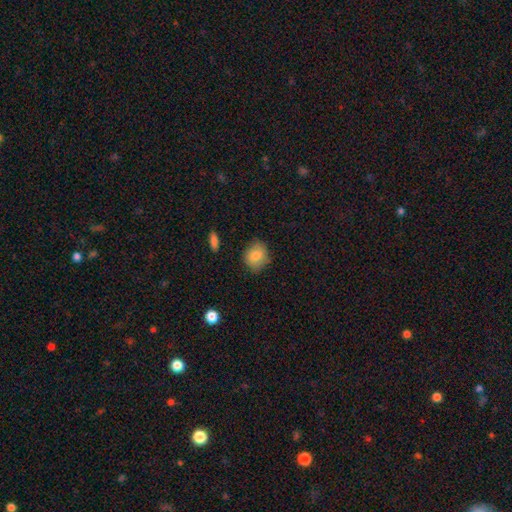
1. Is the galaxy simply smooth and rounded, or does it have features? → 74% smooth, 17% featured or disk, 10% star or artifact.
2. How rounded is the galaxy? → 55% round, 45% in between, 0% cigar-shaped.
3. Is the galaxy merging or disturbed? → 76% none, 18% minor disturbance, 3% major disturbance, 3% merger.